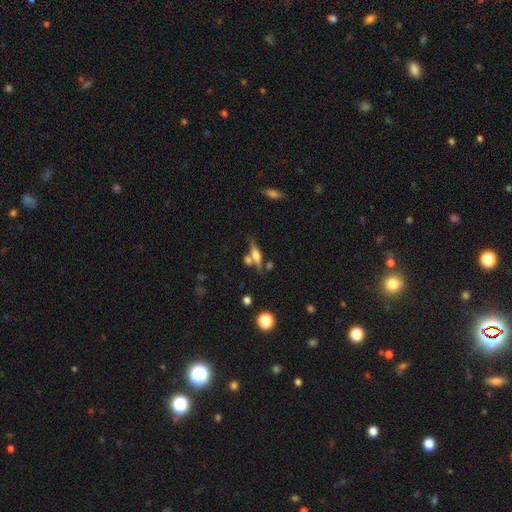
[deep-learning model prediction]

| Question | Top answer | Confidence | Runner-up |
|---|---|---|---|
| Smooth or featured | featured or disk | 49% | smooth (41%) |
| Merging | none | 58% | merger (23%) |